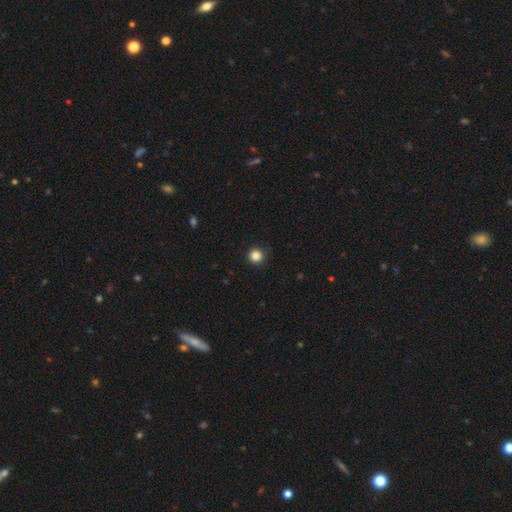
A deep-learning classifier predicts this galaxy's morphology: The model was most divided on "smooth or featured": smooth: 86%, star or artifact: 11%, featured or disk: 3%. More confident: how rounded — round (95%); merging — none (93%).